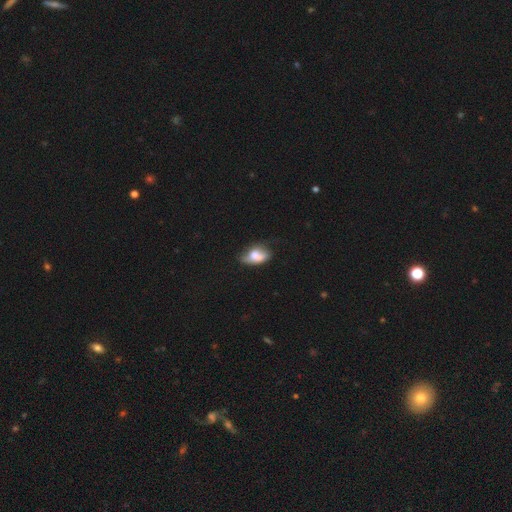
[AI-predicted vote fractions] A smooth galaxy with no disk features (61%) that is in between round and cigar-shaped (84%).

Vote fractions:
- Smooth or featured? smooth: 61% / featured or disk: 30% / star or artifact: 9%
- How rounded? in between: 84% / round: 13% / cigar-shaped: 3%
- Merging? minor disturbance: 34% (tied) / none: 34% (tied) / major disturbance: 22% / merger: 10%